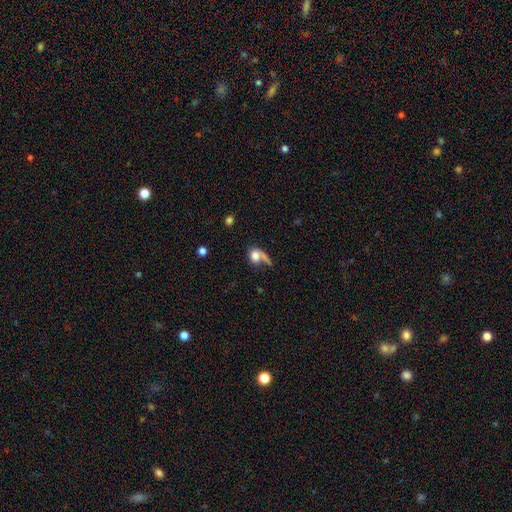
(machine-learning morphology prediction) smooth 68%, featured or disk 22%, star or artifact 10%. Down the decision tree: how rounded — round (55%); merging — none (33%).